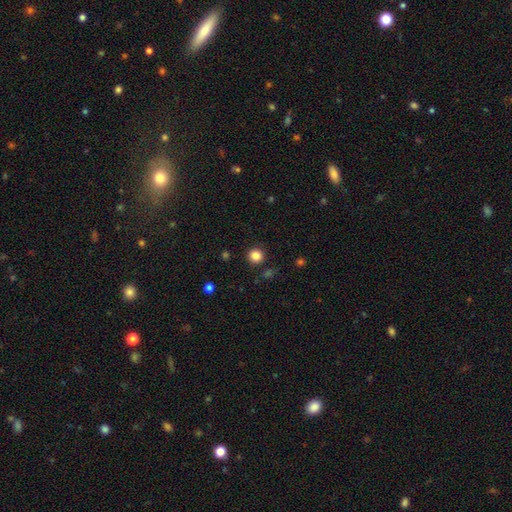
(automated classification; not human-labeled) This is clearly a smooth galaxy (84%). How rounded: clearly round (94%). Merging: clearly none (91%).